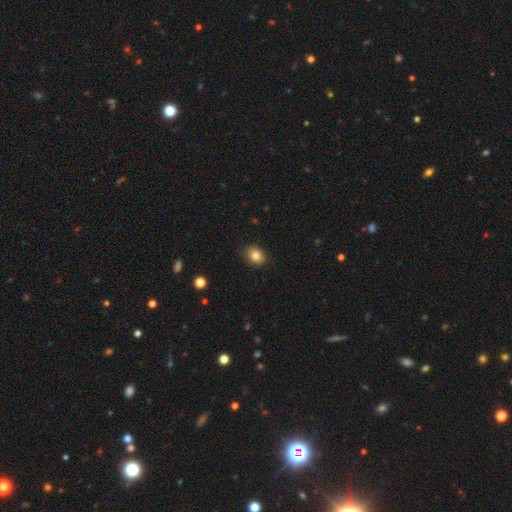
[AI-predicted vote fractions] Smooth or featured? Predicted: smooth (p=0.83). How rounded? Predicted: in between (p=0.58). Merging? Predicted: none (p=0.84).